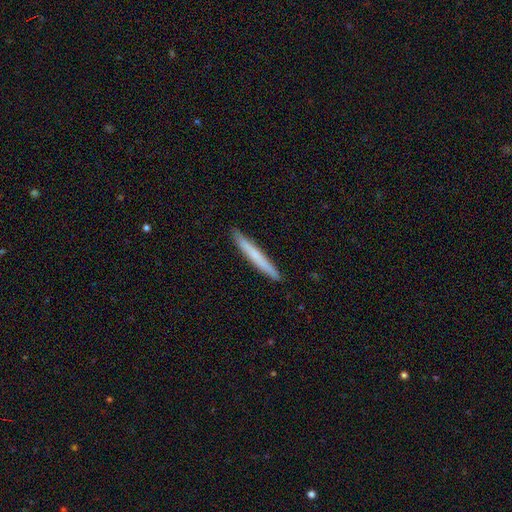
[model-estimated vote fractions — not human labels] Smooth or featured? smooth (64%)
How rounded? cigar-shaped (97%)
Merging? none (92%)